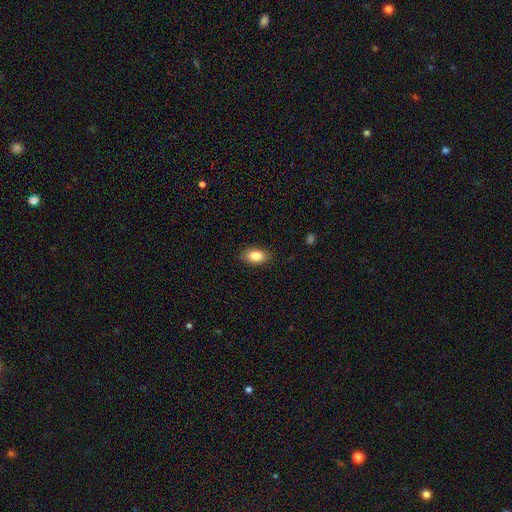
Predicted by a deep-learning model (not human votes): Smooth or featured? Predicted: smooth (p=0.85). How rounded? Predicted: in between (p=0.90). Merging? Predicted: none (p=0.86).